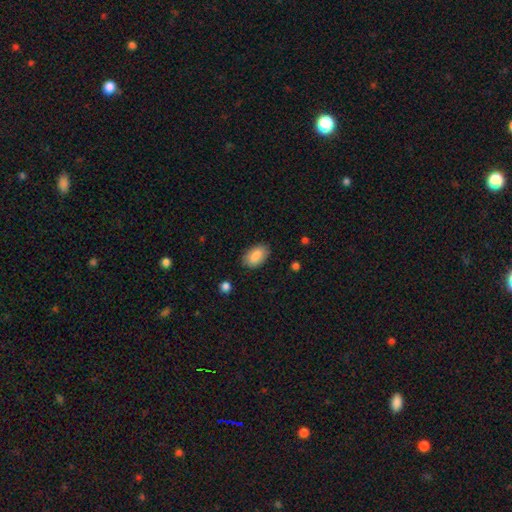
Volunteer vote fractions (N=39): A smooth galaxy with no disk features (79%) that is in between round and cigar-shaped (97%). Merging: none (83%).